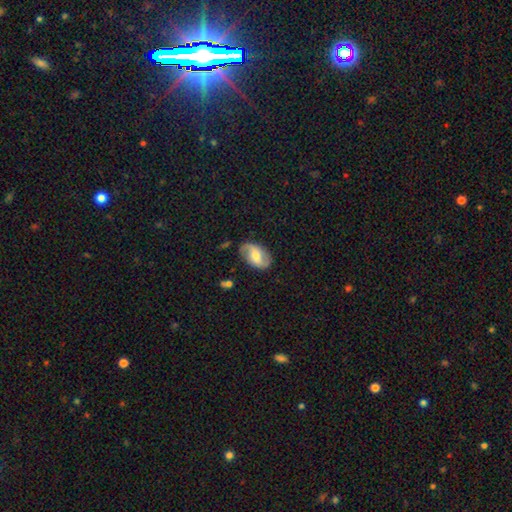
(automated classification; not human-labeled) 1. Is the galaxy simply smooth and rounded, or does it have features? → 58% featured or disk, 36% smooth, 7% star or artifact.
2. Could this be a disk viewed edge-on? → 95% no, 5% yes.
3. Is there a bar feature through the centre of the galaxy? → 46% weak, 31% no, 23% strong.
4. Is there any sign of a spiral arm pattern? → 83% yes, 17% no.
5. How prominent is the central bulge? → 58% moderate, 24% small, 12% large, 3% none, 2% dominant.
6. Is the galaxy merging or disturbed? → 76% none, 18% minor disturbance, 5% major disturbance, 2% merger.